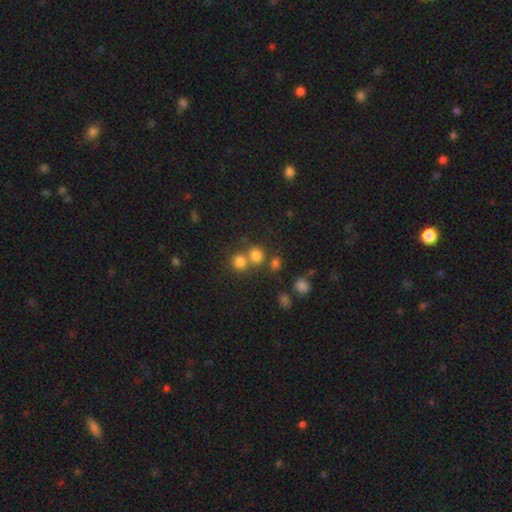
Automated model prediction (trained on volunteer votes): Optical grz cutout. It shows a smooth galaxy with no disk features (76%) that is round (83%). Merging: none (55%).